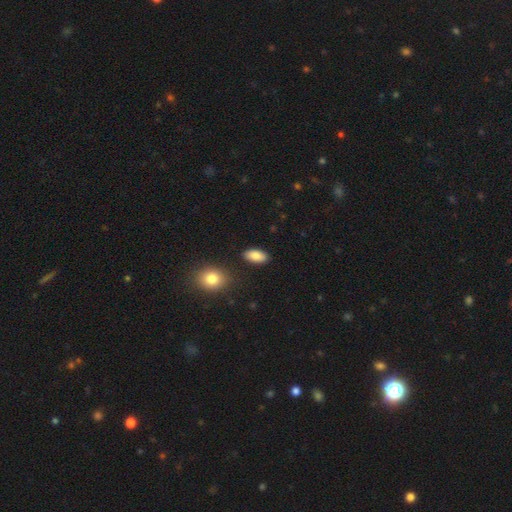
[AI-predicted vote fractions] Smooth or featured: smooth — 87% (featured or disk — 7%)
How rounded: in between — 92% (cigar-shaped — 4%)
Merging: none — 87% (minor disturbance — 8%)